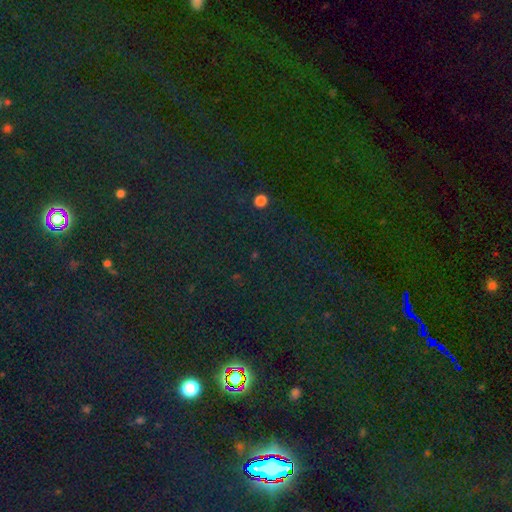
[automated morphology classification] star or artifact 80%, smooth 13%, featured or disk 8%.